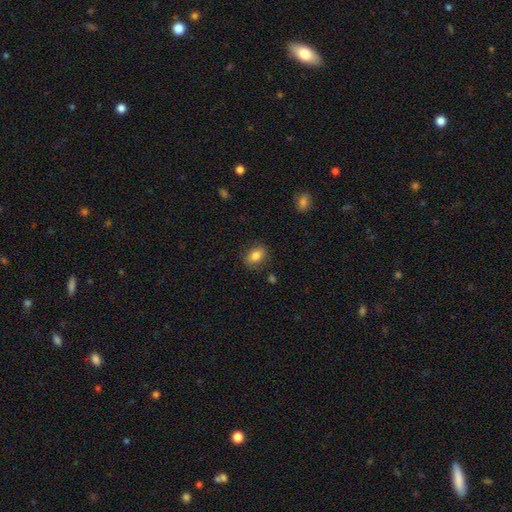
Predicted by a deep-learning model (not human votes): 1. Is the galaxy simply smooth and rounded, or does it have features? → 83% smooth, 9% star or artifact, 8% featured or disk.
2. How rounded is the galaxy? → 72% in between, 26% round, 1% cigar-shaped.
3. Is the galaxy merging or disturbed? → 83% none, 12% minor disturbance, 3% major disturbance, 2% merger.